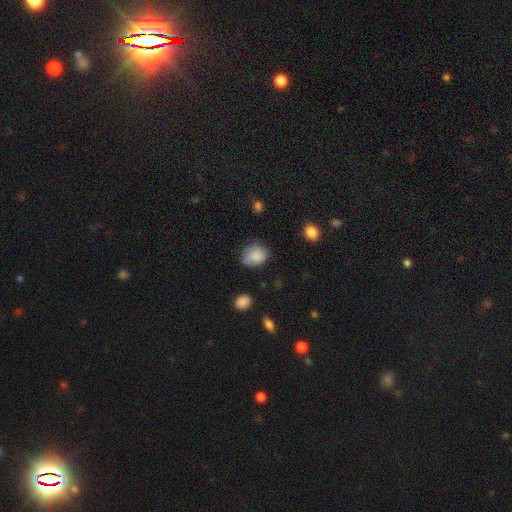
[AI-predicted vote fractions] smooth-or-featured: smooth: 84% | star or artifact: 8% | featured or disk: 8%
  how-rounded: in between: 51% | round: 48% | cigar-shaped: 1%
  merging: none: 65% | minor disturbance: 27% | major disturbance: 7% | merger: 2%